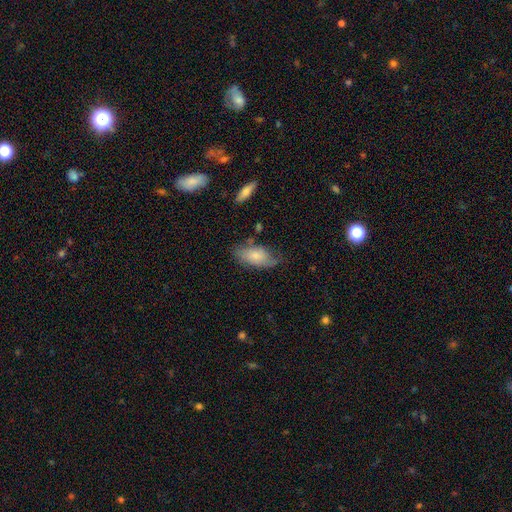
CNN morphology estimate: Smooth or featured? Predicted: smooth (p=0.73). How rounded? Predicted: in between (p=0.91). Merging? Predicted: none (p=0.54).